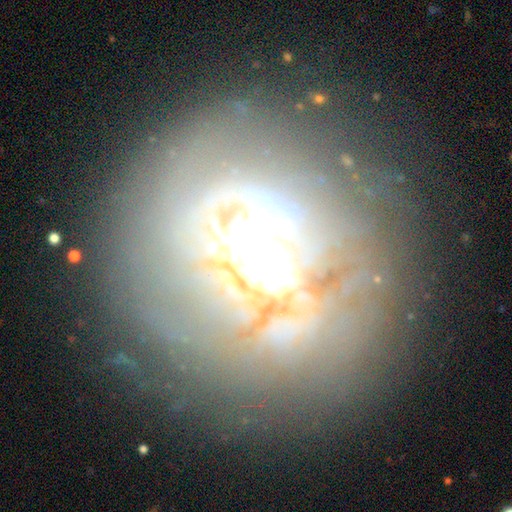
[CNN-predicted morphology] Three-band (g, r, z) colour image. It shows a featured or disk galaxy (69%) with no bar (72%), no spiral arms (53%) and a large central bulge (44%). Merging: none (72%).